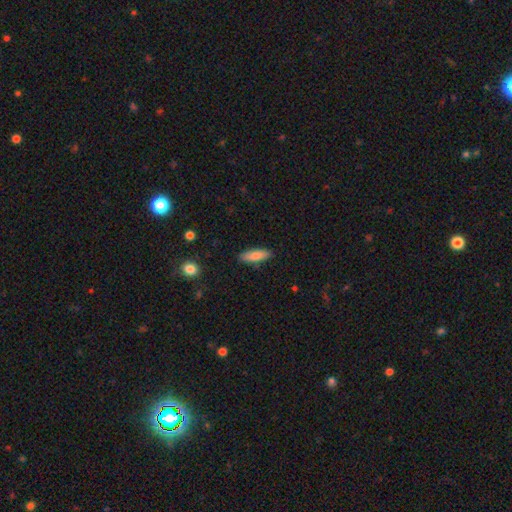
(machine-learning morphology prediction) Smooth or featured: smooth — 82% (featured or disk — 12%)
How rounded: in between — 52% (cigar-shaped — 46%)
Merging: none — 88% (minor disturbance — 9%)